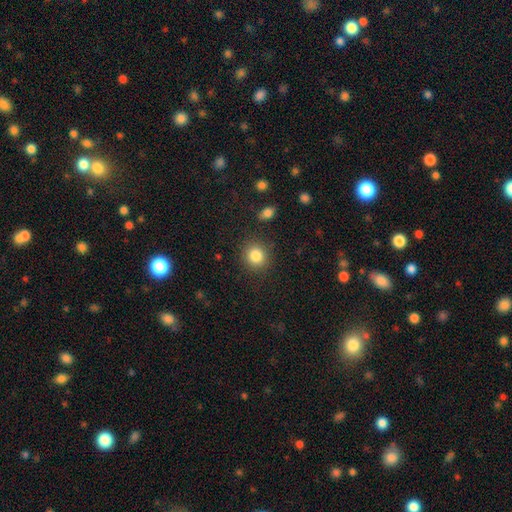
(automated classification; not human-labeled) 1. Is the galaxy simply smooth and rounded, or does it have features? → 84% smooth, 10% star or artifact, 6% featured or disk.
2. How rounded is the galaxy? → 88% round, 11% in between, 1% cigar-shaped.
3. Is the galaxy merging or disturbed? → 87% none, 8% minor disturbance, 3% major disturbance, 2% merger.